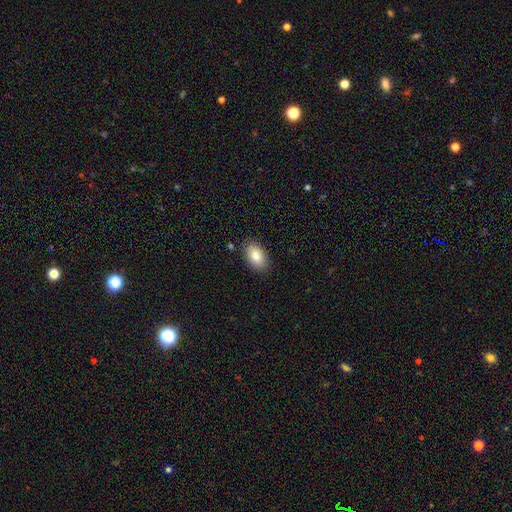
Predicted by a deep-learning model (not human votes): Q: Smooth or featured?
A: smooth (81%); runner-up: featured or disk (12%)
Q: How rounded?
A: in between (91%); runner-up: round (7%)
Q: Merging?
A: none (86%); runner-up: minor disturbance (10%)